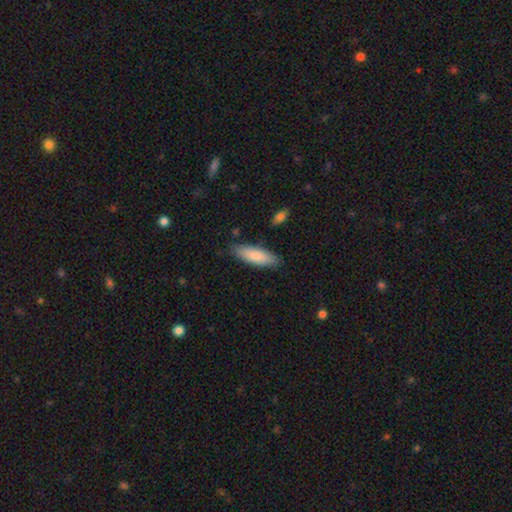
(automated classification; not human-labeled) Morphology: type=smooth (84%); roundness=in between (53%); merging=none (83%).